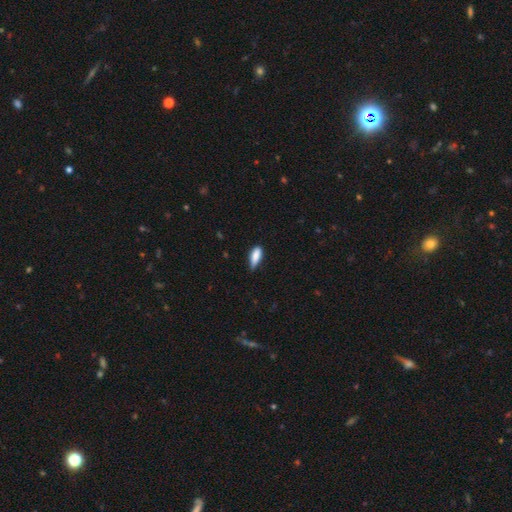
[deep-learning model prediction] Morphology: type=smooth (84%); roundness=in between (67%); merging=none (60%).